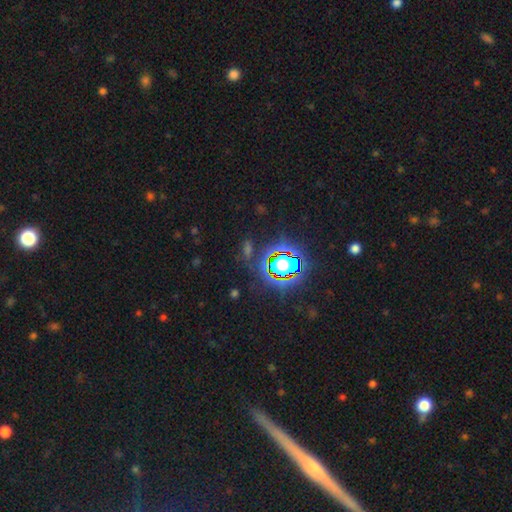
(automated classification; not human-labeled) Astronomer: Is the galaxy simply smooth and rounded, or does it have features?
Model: star or artifact — 70%.